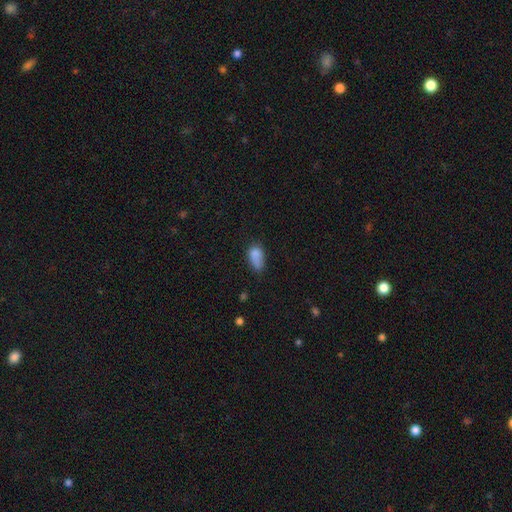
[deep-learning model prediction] Overall: smooth (82%). How rounded: in between (87%). Merging: none (38%; minor disturbance 37%).